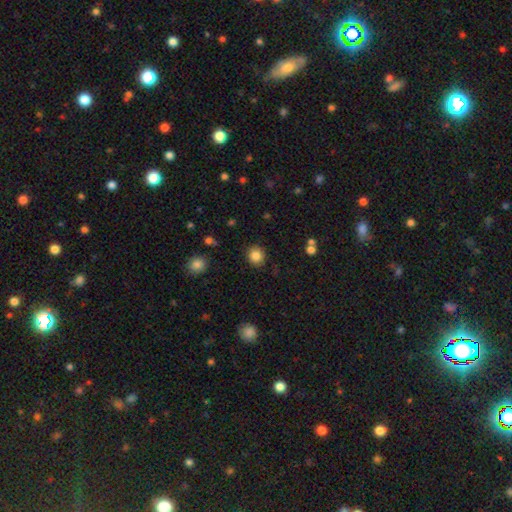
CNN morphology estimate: This is clearly a smooth galaxy (84%). How rounded: clearly round (85%). Merging: clearly none (89%).